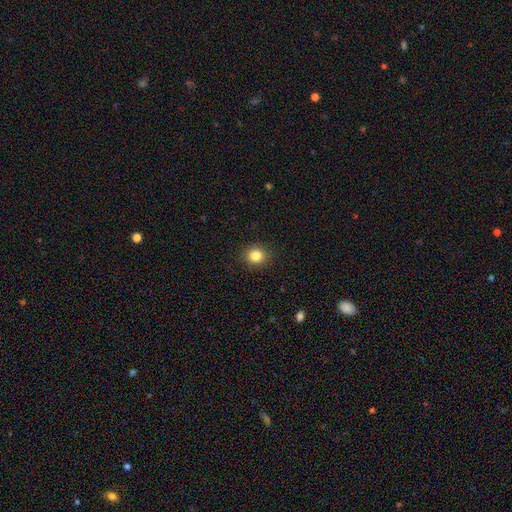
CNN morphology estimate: A smooth galaxy with no disk features (84%) that is round (78%). Merging: none (90%).